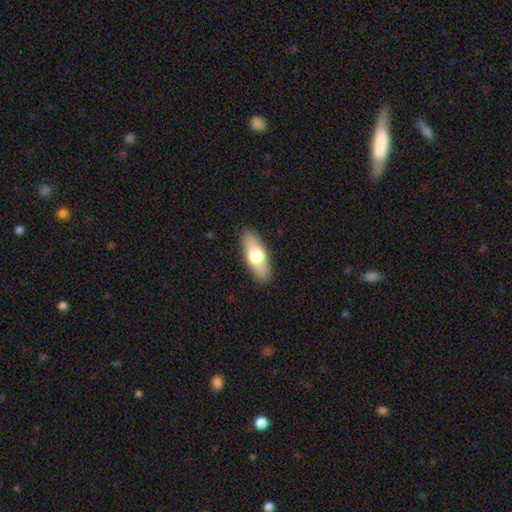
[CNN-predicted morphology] A smooth galaxy with no disk features (66%) that is in between round and cigar-shaped (74%).

Vote fractions:
- Smooth or featured? smooth: 66% / featured or disk: 28% / star or artifact: 6%
- How rounded? in between: 74% / cigar-shaped: 23% / round: 3%
- Merging? none: 88% / minor disturbance: 9% / major disturbance: 2% / merger: 1%